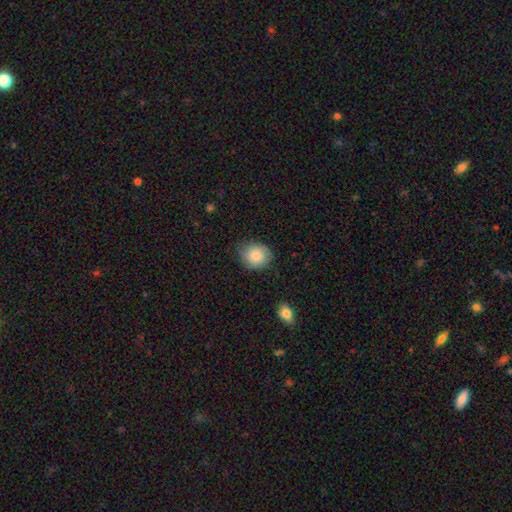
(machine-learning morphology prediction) Smooth or featured?
  - smooth: 85% *
  - featured or disk: 8%
  - star or artifact: 7%
How rounded?
  - round: 69% *
  - in between: 30%
  - cigar-shaped: 1%
Merging?
  - none: 81% *
  - minor disturbance: 15%
  - major disturbance: 3%
  - merger: 1%